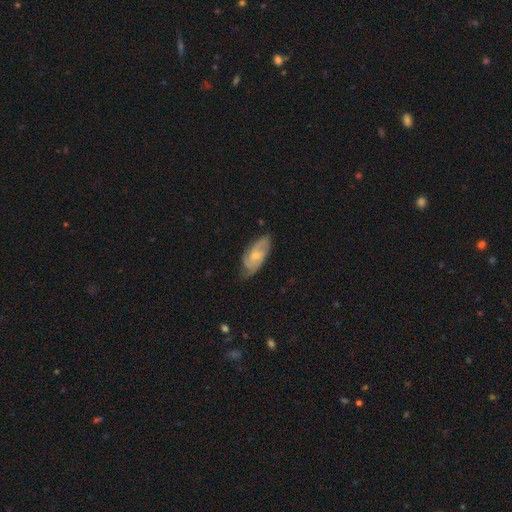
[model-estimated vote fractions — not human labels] Smooth or featured? featured or disk (76%)
Edge-on disk? no (94%)
Bar? no (60%)
Spiral arms? yes (95%)
Spiral winding? tight (44%)
Spiral arm count? 2 (44%)
Bulge size? small (57%)
Merging? none (69%)